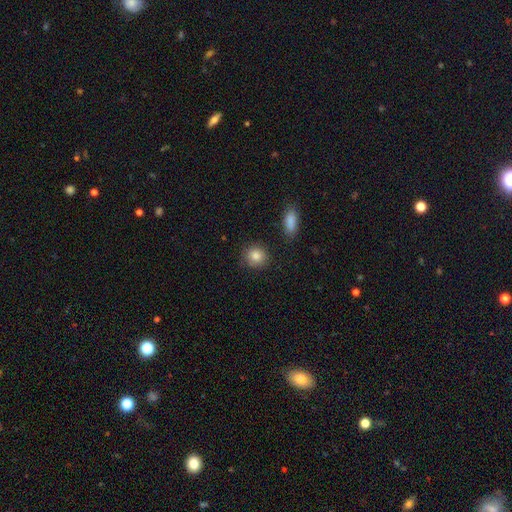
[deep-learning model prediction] A smooth galaxy with no disk features (85%) that is round (84%).

Vote fractions:
- Smooth or featured? smooth: 85% / star or artifact: 8% / featured or disk: 6%
- How rounded? round: 84% / in between: 15% / cigar-shaped: 1%
- Merging? none: 84% / minor disturbance: 10% / merger: 3% / major disturbance: 3%